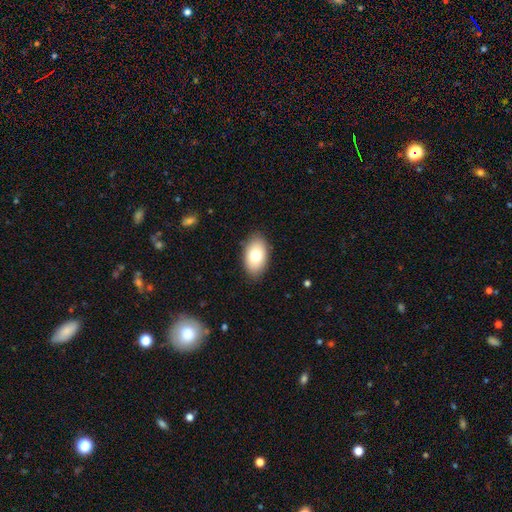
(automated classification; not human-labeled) Smooth or featured? smooth (77%)
How rounded? in between (93%)
Merging? none (86%)